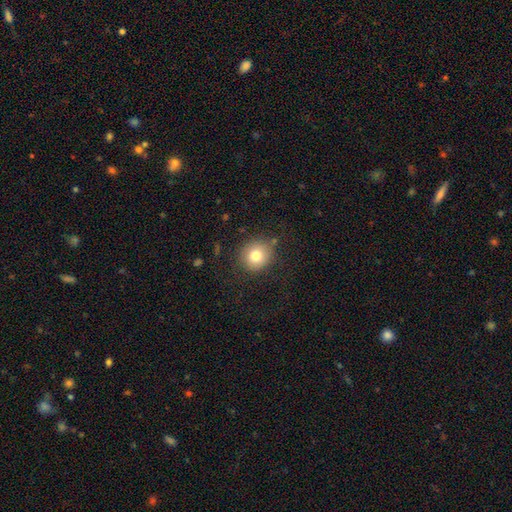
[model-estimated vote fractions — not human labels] Smooth or featured: smooth — 77% (star or artifact — 11%)
How rounded: round — 87% (in between — 12%)
Merging: none — 83% (minor disturbance — 11%)